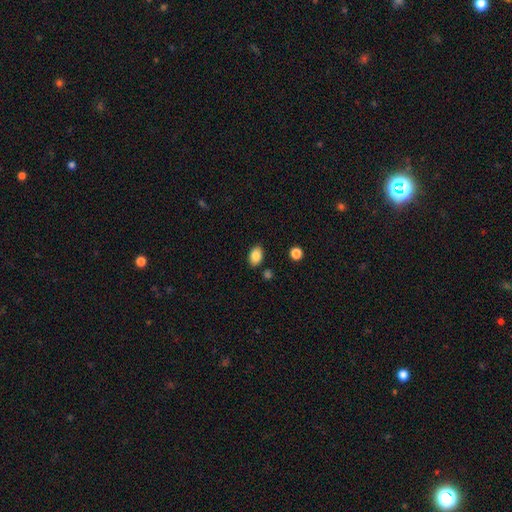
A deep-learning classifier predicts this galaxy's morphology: Smooth or featured? Predicted: smooth (p=0.86). How rounded? Predicted: in between (p=0.87). Merging? Predicted: none (p=0.85).